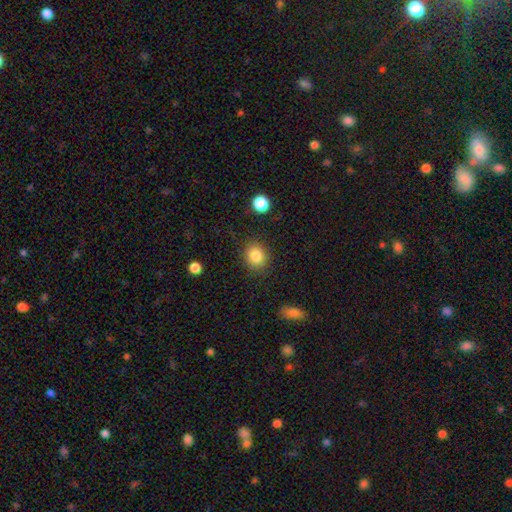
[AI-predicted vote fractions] smooth-or-featured: smooth: 85% | star or artifact: 10% | featured or disk: 5%
  how-rounded: round: 72% | in between: 28% | cigar-shaped: 1%
  merging: none: 86% | minor disturbance: 9% | major disturbance: 3% | merger: 2%